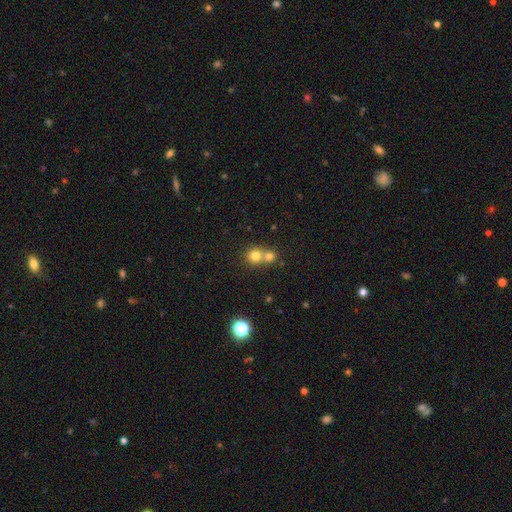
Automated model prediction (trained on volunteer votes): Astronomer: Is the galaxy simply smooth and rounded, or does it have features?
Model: smooth — 76%.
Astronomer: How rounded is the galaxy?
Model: round — 88%.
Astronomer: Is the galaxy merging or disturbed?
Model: merger — 52% (runner-up: none, 41%).